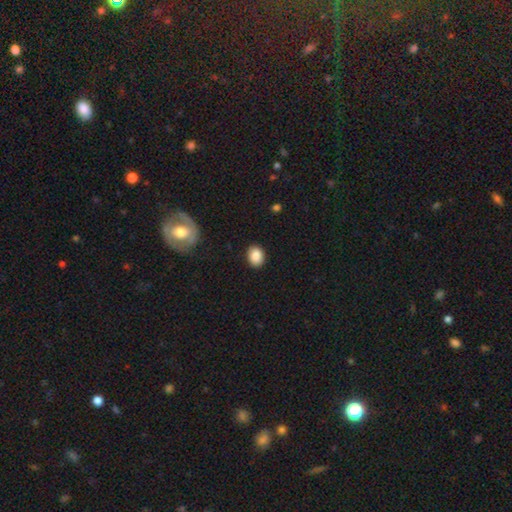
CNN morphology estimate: Smooth or featured: smooth — 88% (star or artifact — 8%)
How rounded: in between — 58% (round — 41%)
Merging: none — 87% (minor disturbance — 9%)